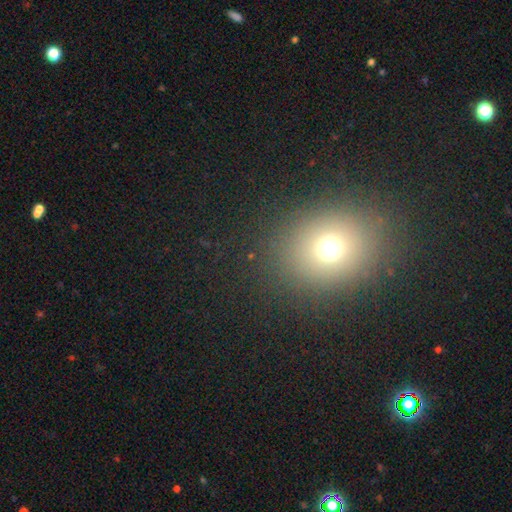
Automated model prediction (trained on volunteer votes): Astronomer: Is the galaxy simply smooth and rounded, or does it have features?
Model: smooth — 66%.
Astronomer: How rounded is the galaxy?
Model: round — 61% (runner-up: in between, 38%).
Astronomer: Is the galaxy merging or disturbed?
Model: none — 90%.